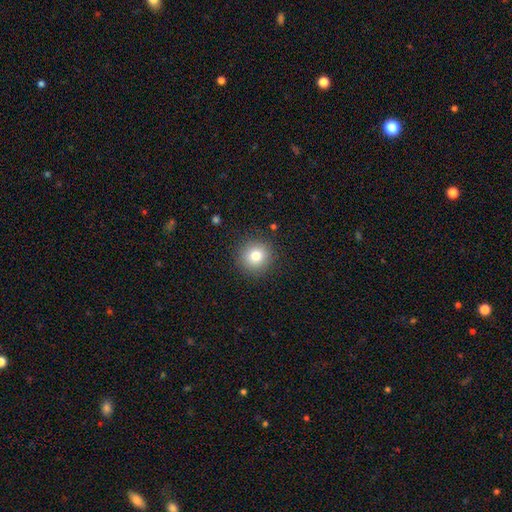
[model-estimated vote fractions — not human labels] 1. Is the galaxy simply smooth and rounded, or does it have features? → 79% smooth, 12% star or artifact, 9% featured or disk.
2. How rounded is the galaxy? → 93% round, 6% in between, 1% cigar-shaped.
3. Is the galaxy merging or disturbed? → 90% none, 7% minor disturbance, 2% major disturbance, 1% merger.